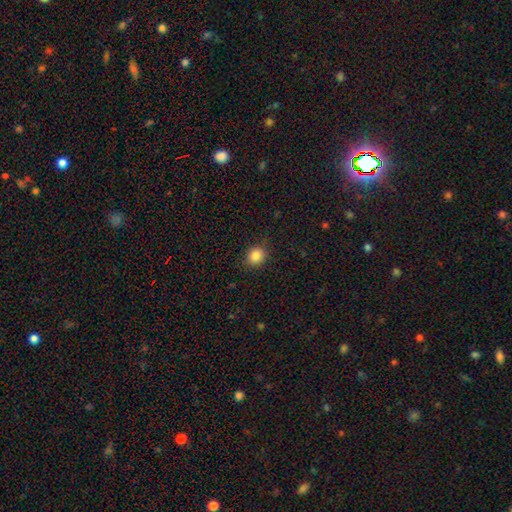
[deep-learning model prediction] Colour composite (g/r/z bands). It shows a smooth galaxy with no disk features (86%) that is round (76%). Merging: none (86%).